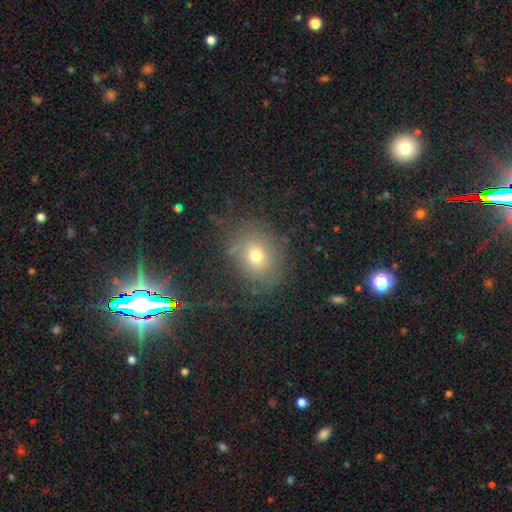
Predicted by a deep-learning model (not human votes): The model was most divided on "how rounded": round: 56%, in between: 42%, cigar-shaped: 1%. More confident: merging — none (71%); smooth or featured — smooth (66%).